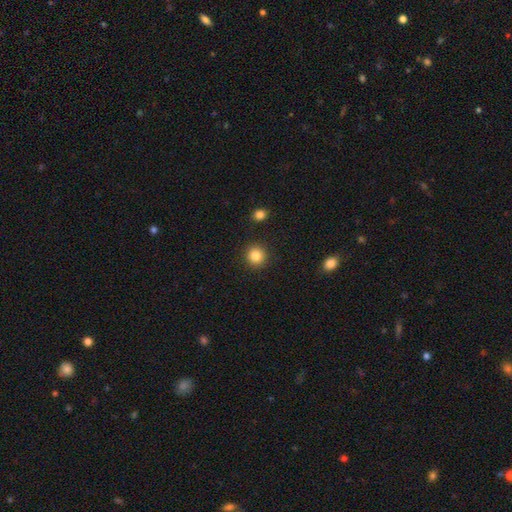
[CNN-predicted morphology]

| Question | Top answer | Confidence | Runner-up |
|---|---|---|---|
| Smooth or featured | smooth | 85% | star or artifact (10%) |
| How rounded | round | 93% | in between (6%) |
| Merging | none | 91% | minor disturbance (5%) |